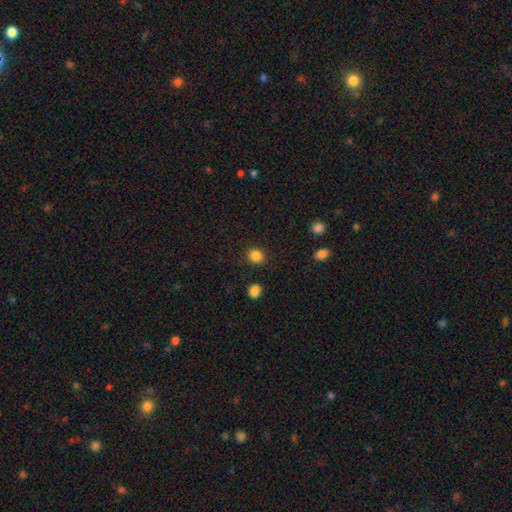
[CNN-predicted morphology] Q: Smooth or featured?
A: smooth (85%); runner-up: star or artifact (11%)
Q: How rounded?
A: round (74%); runner-up: in between (25%)
Q: Merging?
A: none (87%); runner-up: minor disturbance (8%)